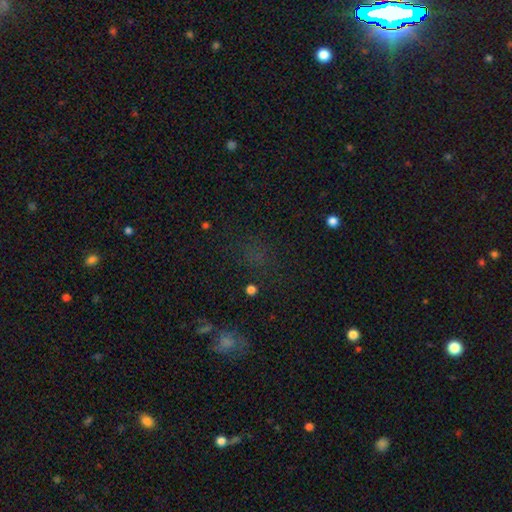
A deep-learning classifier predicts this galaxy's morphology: Overall: star or artifact (52%; smooth 37%).